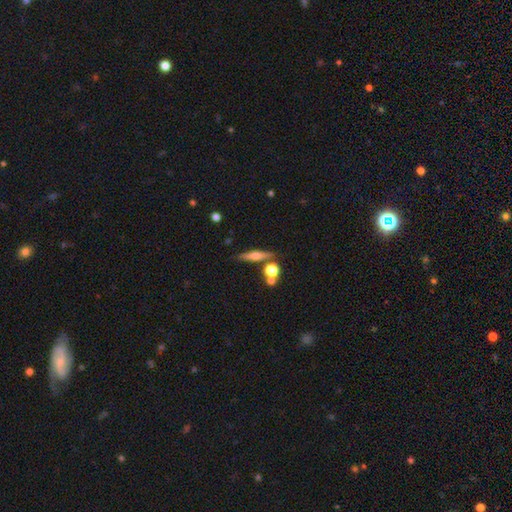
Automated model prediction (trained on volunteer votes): A featured or disk galaxy (49%).

Vote fractions:
- Smooth or featured? featured or disk: 49% / smooth: 41% / star or artifact: 9%
- Merging? none: 79% / minor disturbance: 10% / merger: 9% / major disturbance: 3%